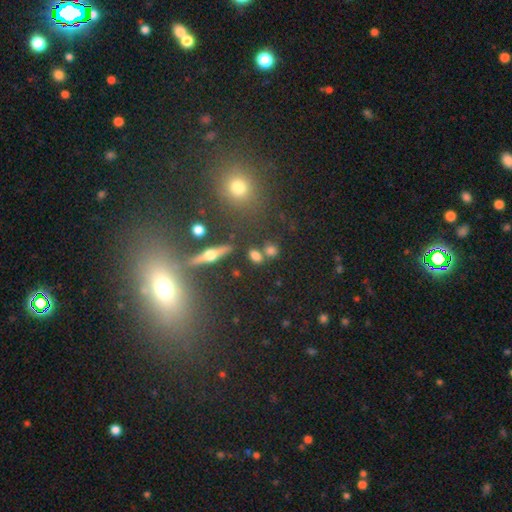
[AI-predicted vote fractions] Smooth or featured?
  - smooth: 69% *
  - star or artifact: 15%
  - featured or disk: 15%
How rounded?
  - in between: 51% *
  - round: 41%
  - cigar-shaped: 8%
Merging?
  - none: 69% *
  - merger: 16%
  - minor disturbance: 11%
  - major disturbance: 4%